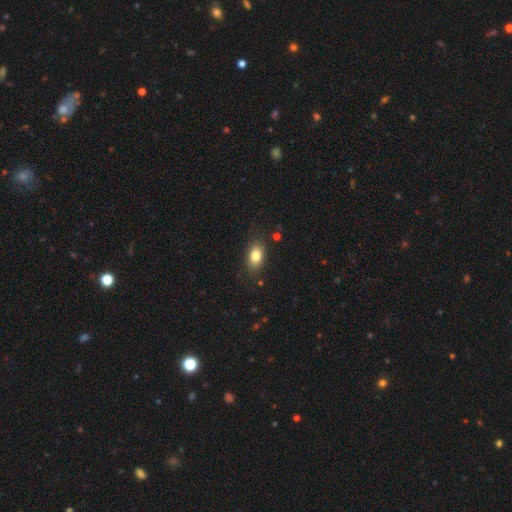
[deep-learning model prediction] Smooth or featured?
  - smooth: 82% *
  - featured or disk: 10%
  - star or artifact: 9%
How rounded?
  - in between: 86% *
  - round: 11%
  - cigar-shaped: 3%
Merging?
  - none: 83% *
  - minor disturbance: 12%
  - major disturbance: 3%
  - merger: 1%